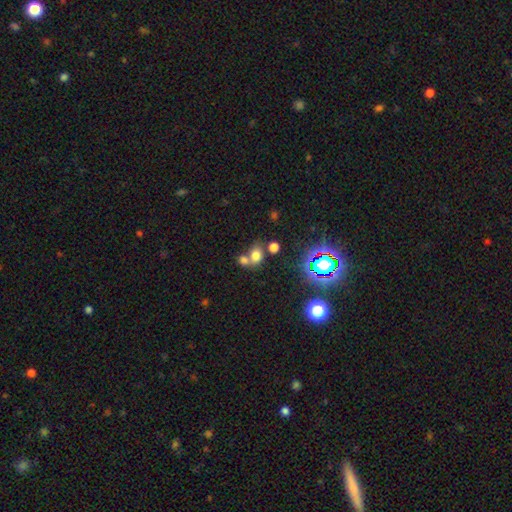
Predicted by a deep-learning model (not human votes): This appears to be a smooth galaxy with no disk features (70%) that is in between round and cigar-shaped (49%, tied with round). Merging: merger (52%).